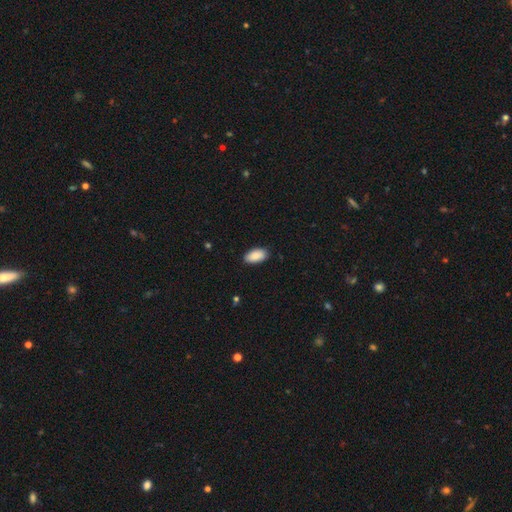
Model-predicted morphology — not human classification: Q: Smooth or featured?
A: smooth (89%); runner-up: star or artifact (6%)
Q: How rounded?
A: in between (94%); runner-up: cigar-shaped (4%)
Q: Merging?
A: none (87%); runner-up: minor disturbance (10%)